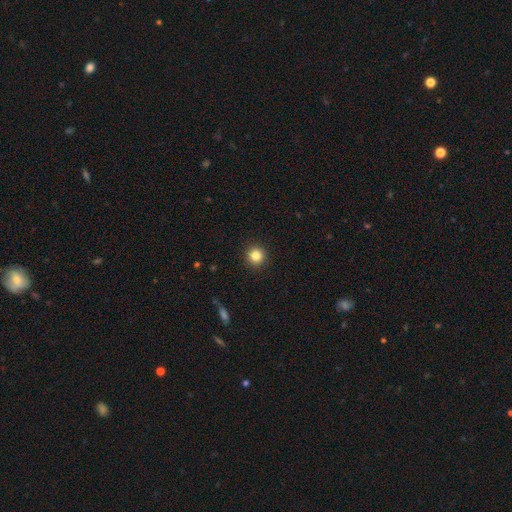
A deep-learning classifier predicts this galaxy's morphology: Overall: smooth (84%). How rounded: round (95%). Merging: none (92%).